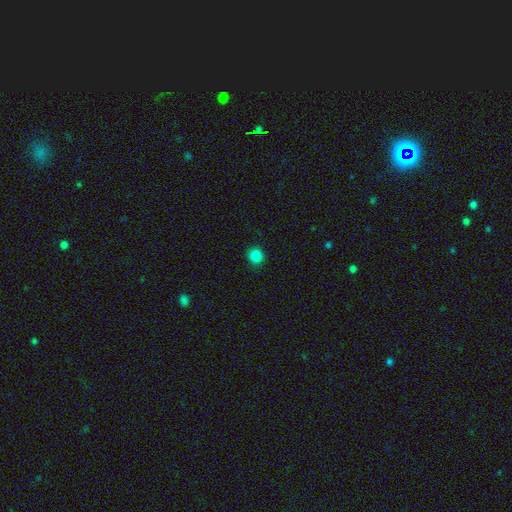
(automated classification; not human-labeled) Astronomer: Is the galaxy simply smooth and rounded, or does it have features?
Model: smooth — 84%.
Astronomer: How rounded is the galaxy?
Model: round — 85%.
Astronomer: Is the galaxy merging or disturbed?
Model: none — 91%.